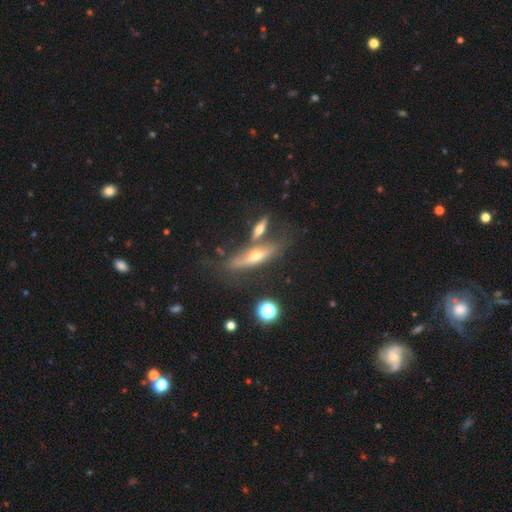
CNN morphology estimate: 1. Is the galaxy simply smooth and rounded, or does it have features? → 62% featured or disk, 29% smooth, 8% star or artifact.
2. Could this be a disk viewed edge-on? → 85% yes, 15% no.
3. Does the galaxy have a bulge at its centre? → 90% rounded, 7% none, 3% boxy.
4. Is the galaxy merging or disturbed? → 57% none, 22% merger, 14% minor disturbance, 6% major disturbance.